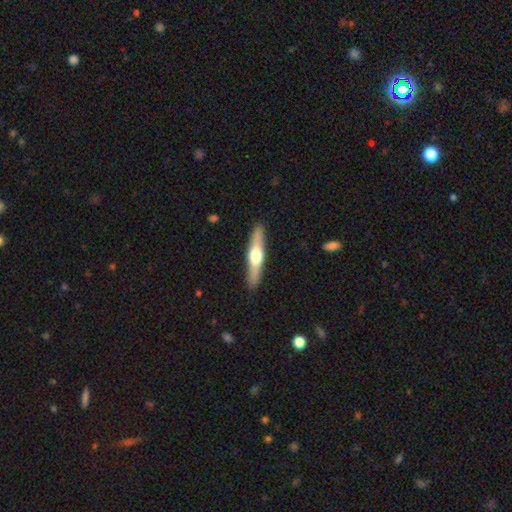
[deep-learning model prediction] This appears to be a featured or disk galaxy (56%) viewed edge-on (94%) with a rounded central bulge (92%). Merging: none (90%).